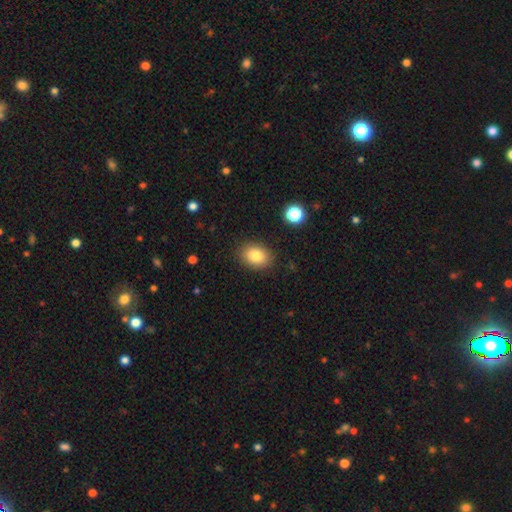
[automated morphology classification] Overall: smooth (82%). How rounded: in between (70%). Merging: none (87%).